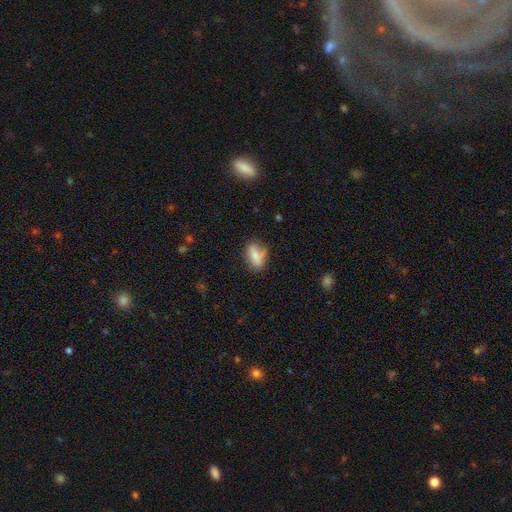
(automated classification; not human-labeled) Smooth or featured?
  - smooth: 74% *
  - featured or disk: 17%
  - star or artifact: 9%
How rounded?
  - in between: 78% *
  - cigar-shaped: 12%
  - round: 10%
Merging?
  - none: 62% *
  - minor disturbance: 26%
  - major disturbance: 9%
  - merger: 4%